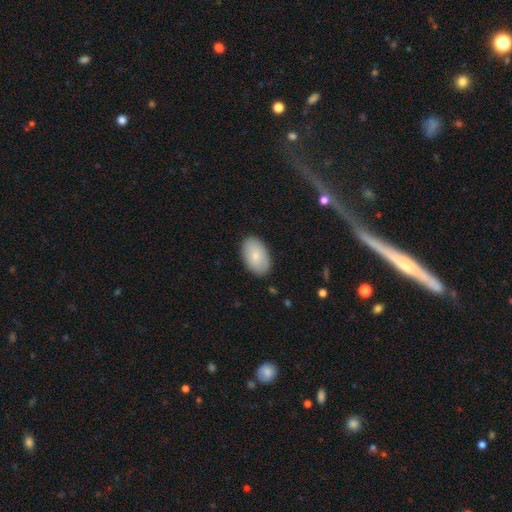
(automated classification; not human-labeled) smooth-or-featured: smooth: 79% | featured or disk: 14% | star or artifact: 6%
  how-rounded: in between: 93% | round: 6% | cigar-shaped: 1%
  merging: none: 87% | minor disturbance: 10% | major disturbance: 2% | merger: 1%